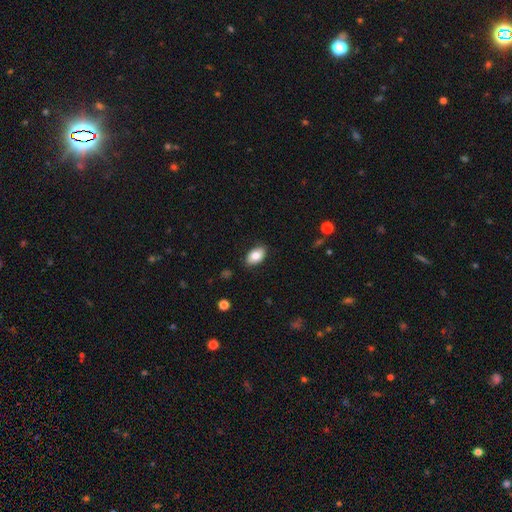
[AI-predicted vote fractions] This appears to be a smooth galaxy with no disk features (80%) that is in between round and cigar-shaped (91%). Merging: none (86%).